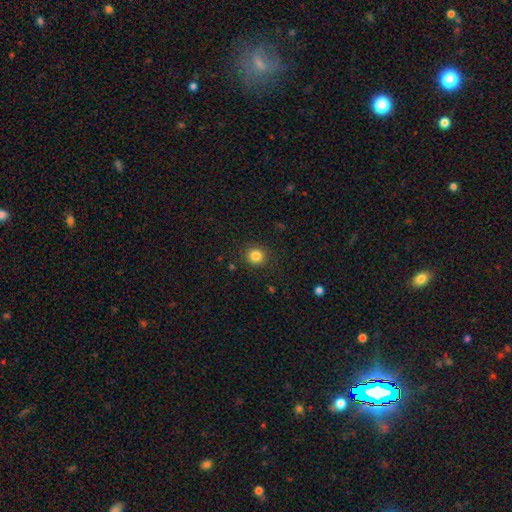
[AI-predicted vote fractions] Morphology: type=smooth (84%); roundness=round (91%); merging=none (90%).